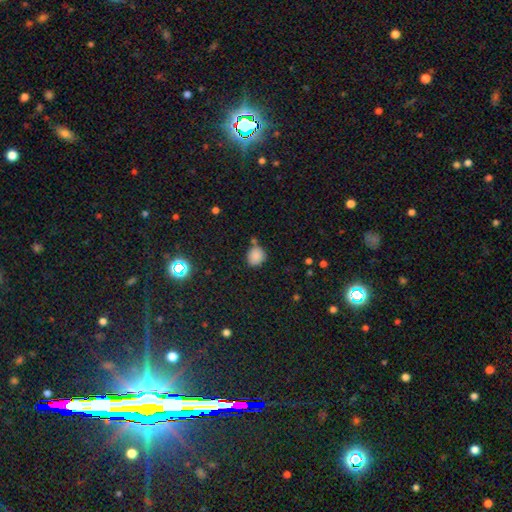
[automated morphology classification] Smooth or featured? Predicted: smooth (p=0.83). How rounded? Predicted: round (p=0.82). Merging? Predicted: none (p=0.68).